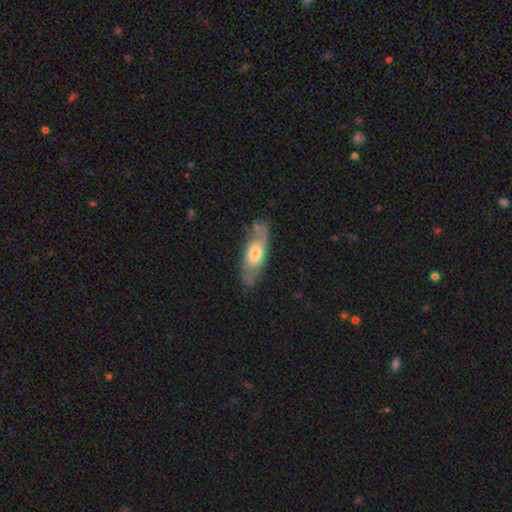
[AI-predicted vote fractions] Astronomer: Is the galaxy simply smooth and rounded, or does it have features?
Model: featured or disk — 59% (runner-up: smooth, 36%).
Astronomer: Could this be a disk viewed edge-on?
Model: no — 66%.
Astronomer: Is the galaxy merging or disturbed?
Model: none — 77%.